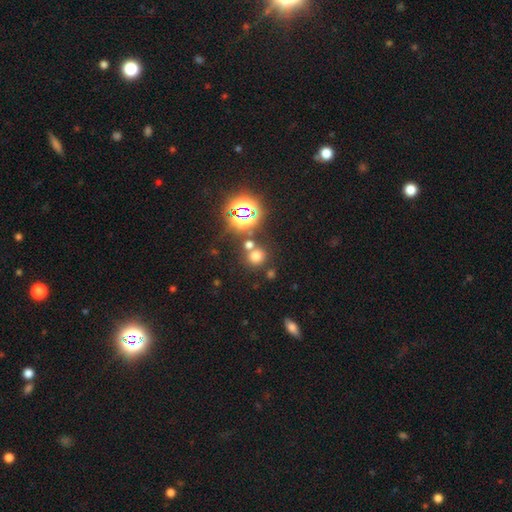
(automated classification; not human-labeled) The model was most divided on "smooth or featured": smooth: 62%, star or artifact: 30%, featured or disk: 8%. More confident: how rounded — round (86%); merging — none (67%).